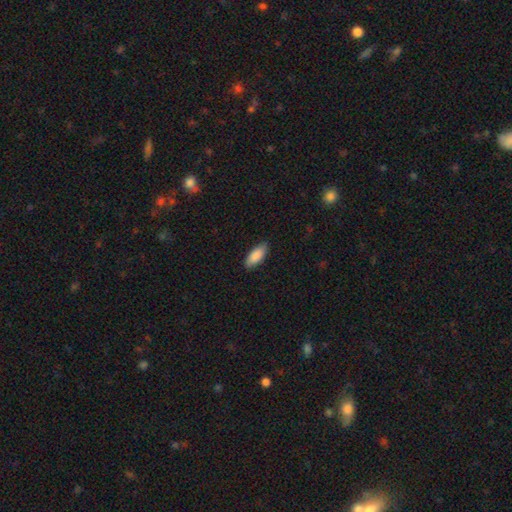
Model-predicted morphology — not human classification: Smooth or featured? Predicted: smooth (p=0.88). How rounded? Predicted: in between (p=0.81). Merging? Predicted: none (p=0.86).